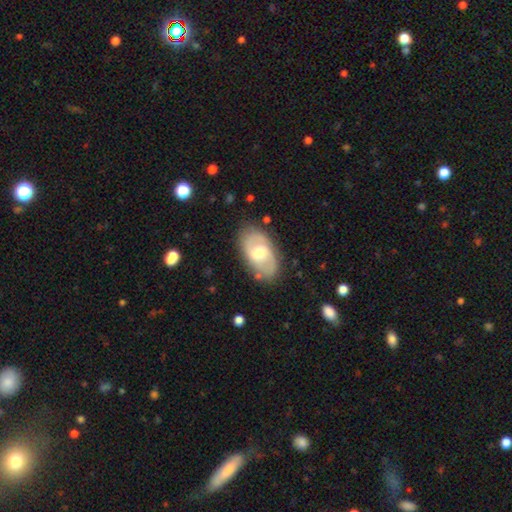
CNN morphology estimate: Smooth or featured?
  - featured or disk: 58% *
  - smooth: 36%
  - star or artifact: 6%
Edge-on disk?
  - no: 94% *
  - yes: 6%
Bar?
  - weak: 52% *
  - no: 31%
  - strong: 17%
Spiral arms?
  - yes: 69% *
  - no: 31%
Bulge size?
  - moderate: 68% *
  - small: 16%
  - large: 13%
  - none: 1%
  - dominant: 1%
Merging?
  - none: 77% *
  - minor disturbance: 16%
  - major disturbance: 5%
  - merger: 2%